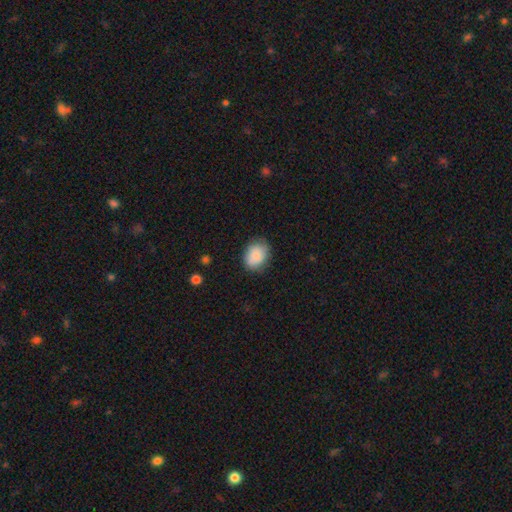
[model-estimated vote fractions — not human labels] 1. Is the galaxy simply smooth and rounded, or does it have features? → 83% smooth, 9% featured or disk, 7% star or artifact.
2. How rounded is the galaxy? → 63% in between, 36% round, 1% cigar-shaped.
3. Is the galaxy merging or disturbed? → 77% none, 17% minor disturbance, 4% major disturbance, 1% merger.